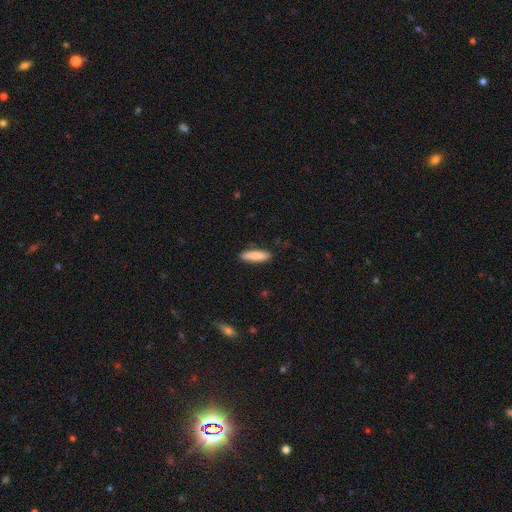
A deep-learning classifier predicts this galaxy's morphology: Smooth or featured? Predicted: smooth (p=0.86). How rounded? Predicted: cigar-shaped (p=0.65). Merging? Predicted: none (p=0.87).